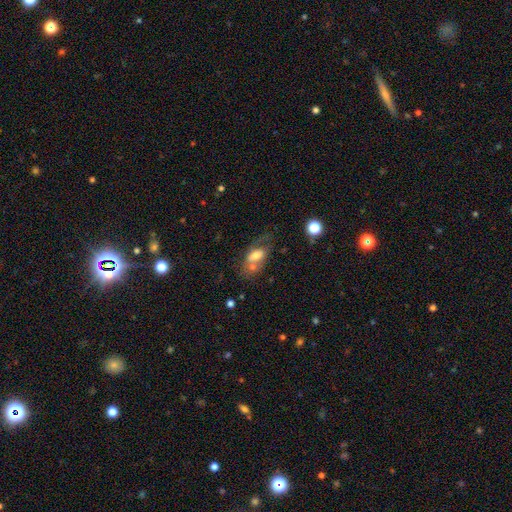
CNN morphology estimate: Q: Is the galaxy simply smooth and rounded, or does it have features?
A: smooth — 55%.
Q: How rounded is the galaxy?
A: in between — 82%.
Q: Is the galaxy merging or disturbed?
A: merger — 36%.